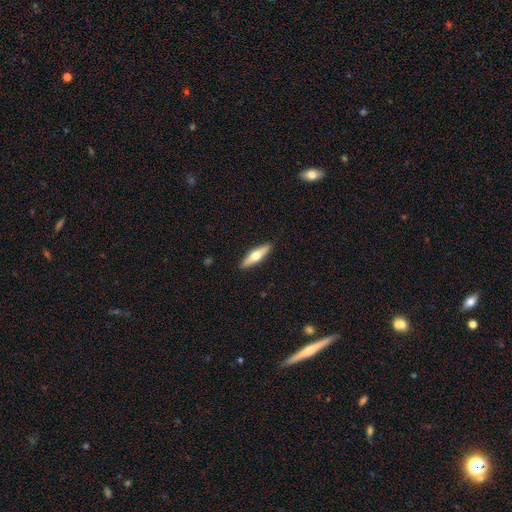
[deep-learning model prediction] Smooth or featured? featured or disk (48%)
Merging? none (90%)